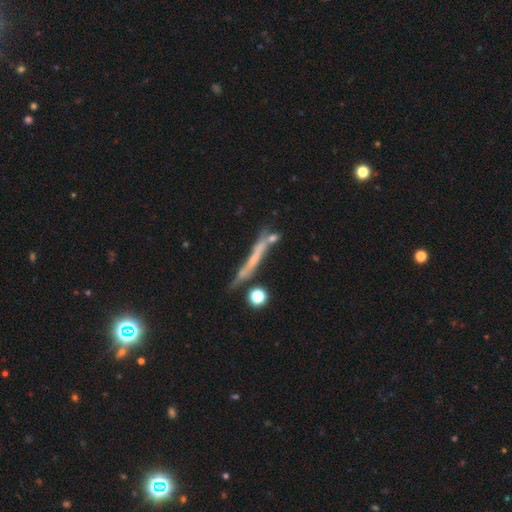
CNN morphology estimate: featured or disk 52%, smooth 35%, star or artifact 14%. Down the decision tree: edge-on disk — yes (84%); merging — none (57%).